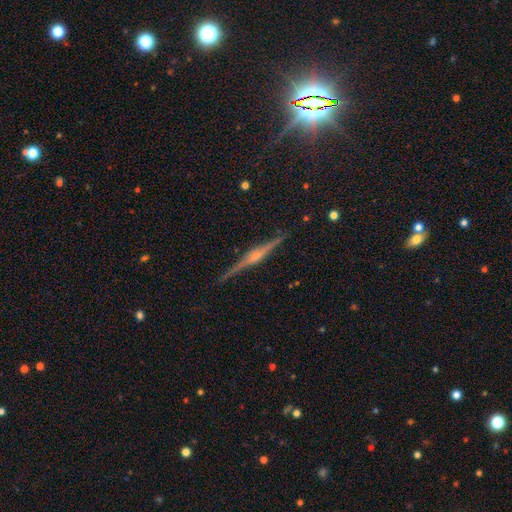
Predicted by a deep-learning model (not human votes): Smooth or featured? featured or disk (84%)
Edge-on disk? yes (98%)
Edge-on bulge? rounded (81%)
Merging? none (90%)